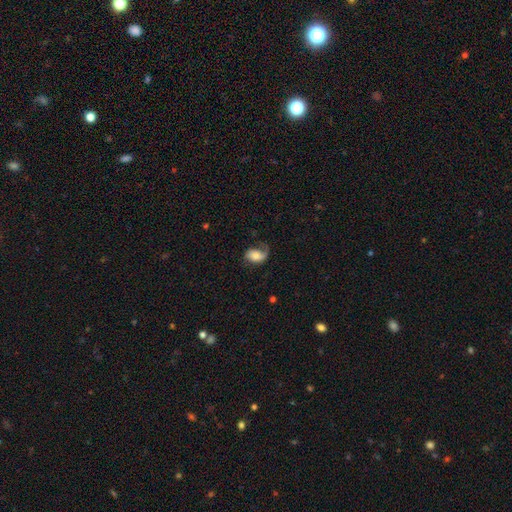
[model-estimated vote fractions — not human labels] Smooth or featured?
  - smooth: 47% *
  - featured or disk: 45%
  - star or artifact: 8%
Merging?
  - none: 46% *
  - major disturbance: 27%
  - minor disturbance: 25%
  - merger: 2%